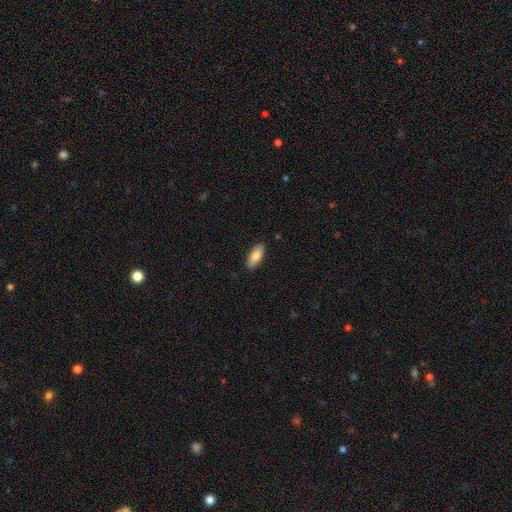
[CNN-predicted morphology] This appears to be a smooth galaxy with no disk features (83%) that is in between round and cigar-shaped (83%). Merging: none (89%).